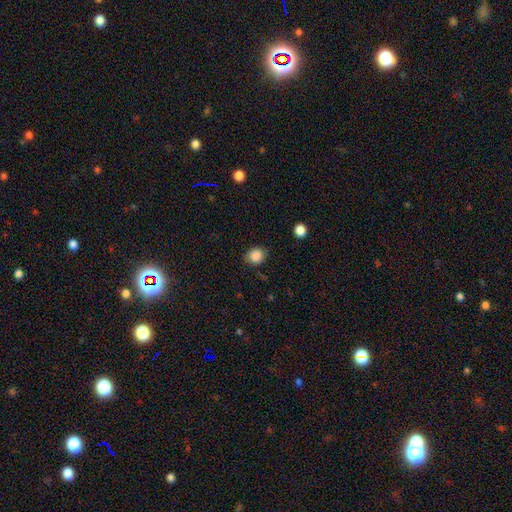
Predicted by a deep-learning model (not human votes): smooth 87%, star or artifact 10%, featured or disk 4%. Down the decision tree: how rounded — round (67%); merging — none (78%).